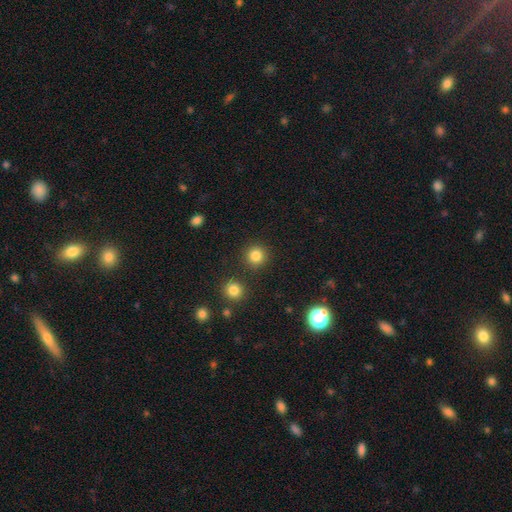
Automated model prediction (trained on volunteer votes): This is clearly a smooth galaxy (84%). How rounded: clearly round (93%). Merging: clearly none (88%).